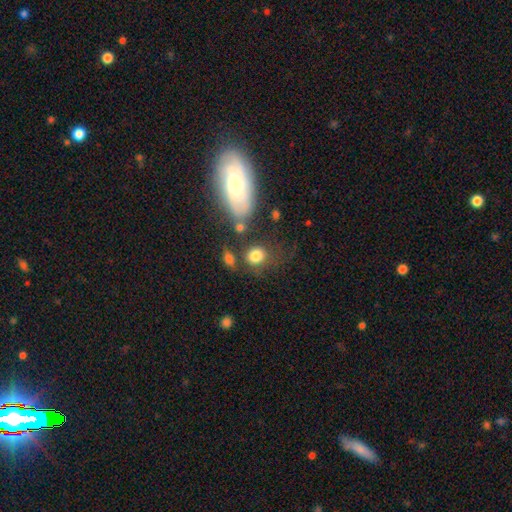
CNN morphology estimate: type=smooth (81%); roundness=round (70%); merging=none (62%).